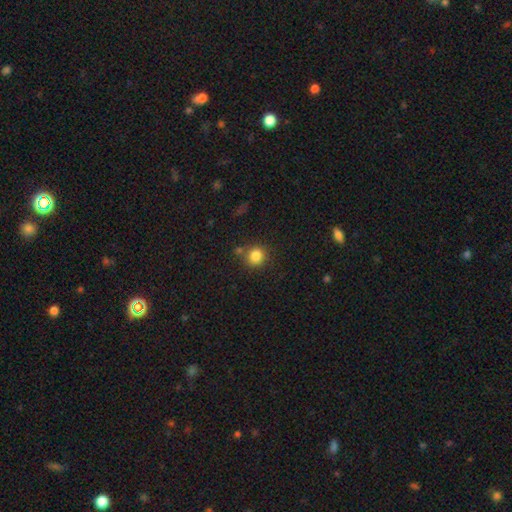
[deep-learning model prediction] Q: Smooth or featured?
A: smooth (84%); runner-up: star or artifact (11%)
Q: How rounded?
A: round (89%); runner-up: in between (10%)
Q: Merging?
A: none (78%); runner-up: minor disturbance (11%)